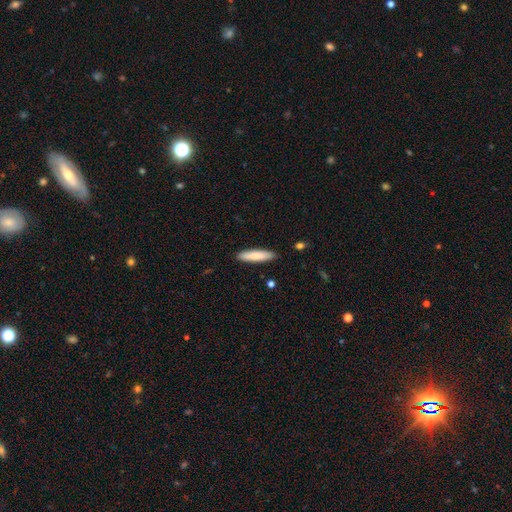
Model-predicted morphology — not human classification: A smooth galaxy with no disk features (81%) that is cigar-shaped (80%).

Vote fractions:
- Smooth or featured? smooth: 81% / featured or disk: 13% / star or artifact: 5%
- How rounded? cigar-shaped: 80% / in between: 19% / round: 1%
- Merging? none: 90% / minor disturbance: 7% / major disturbance: 2% / merger: 1%